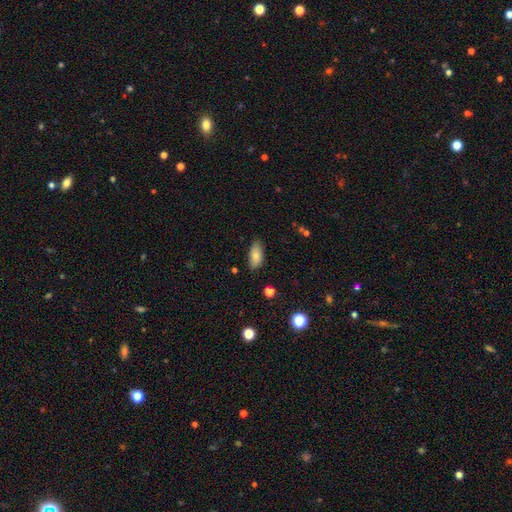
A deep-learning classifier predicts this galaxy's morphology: A smooth galaxy with no disk features (80%) that is in between round and cigar-shaped (89%). Merging: none (81%).